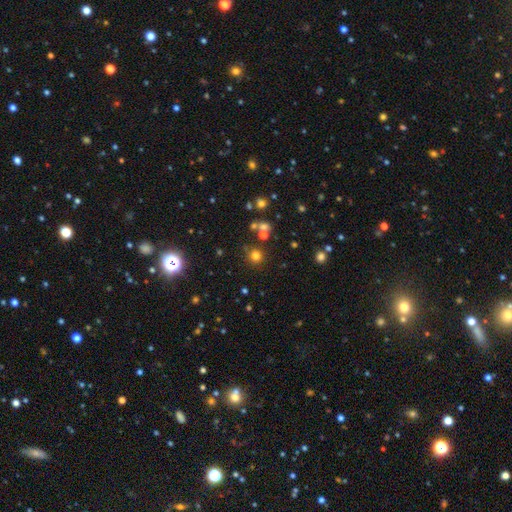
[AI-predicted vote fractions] Smooth or featured: smooth — 72% (star or artifact — 20%)
How rounded: round — 93% (in between — 6%)
Merging: none — 80% (minor disturbance — 8%)